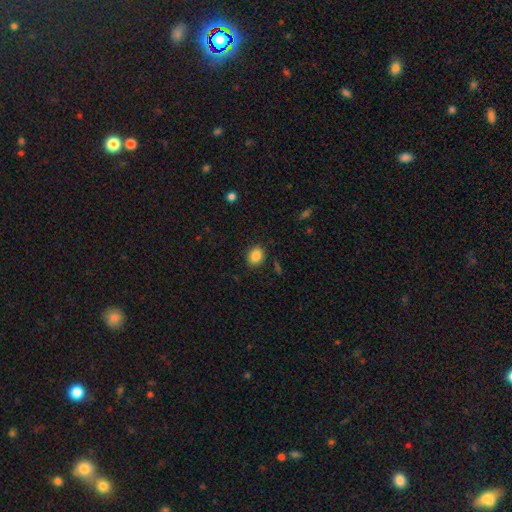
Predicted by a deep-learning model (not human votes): Q: Smooth or featured?
A: smooth (86%); runner-up: star or artifact (9%)
Q: How rounded?
A: in between (53%); runner-up: round (46%)
Q: Merging?
A: none (86%); runner-up: minor disturbance (10%)